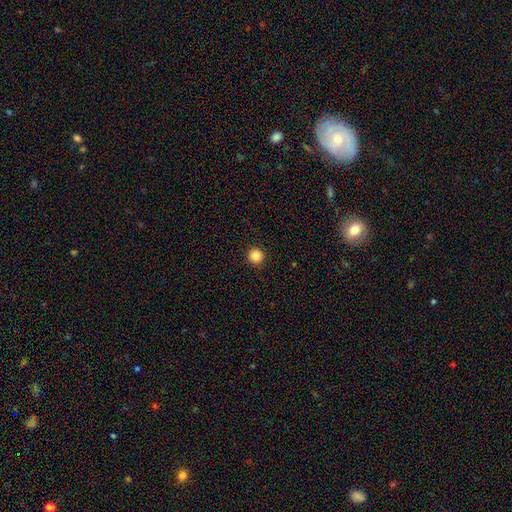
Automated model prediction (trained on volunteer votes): The model was most divided on "smooth or featured": smooth: 87%, star or artifact: 10%, featured or disk: 3%. More confident: how rounded — round (96%); merging — none (94%).